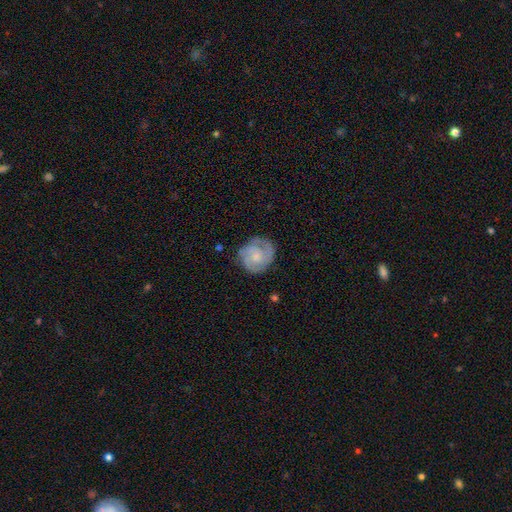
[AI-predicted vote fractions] The model was most divided on "bulge size": small: 49%, moderate: 36%, none: 10%, large: 4%, dominant: 1%. Remaining: edge-on disk — no (98%); spiral arms — yes (93%); bar — no (72%); merging — none (72%); smooth or featured — featured or disk (72%); spiral winding — tight (54%); spiral arm count — 2 (44%).